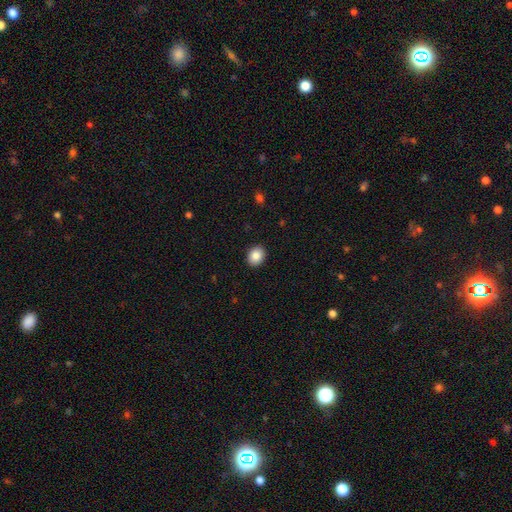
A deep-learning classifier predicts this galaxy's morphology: This appears to be a smooth galaxy with no disk features (87%) that is in between round and cigar-shaped (53%). Merging: none (91%).